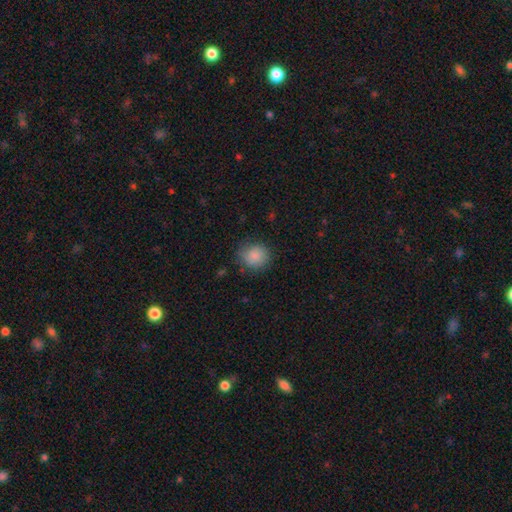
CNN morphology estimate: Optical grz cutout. It shows a smooth galaxy with no disk features (86%) that is round (86%). Merging: none (79%).